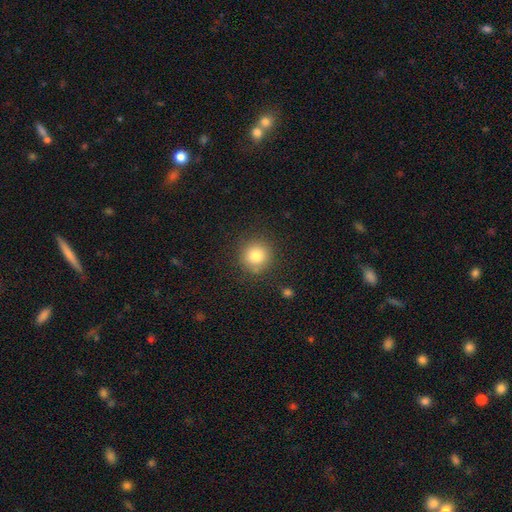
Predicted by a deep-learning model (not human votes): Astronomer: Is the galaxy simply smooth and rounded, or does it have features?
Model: smooth — 82%.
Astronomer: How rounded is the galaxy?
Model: round — 92%.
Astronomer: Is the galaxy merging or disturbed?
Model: none — 87%.